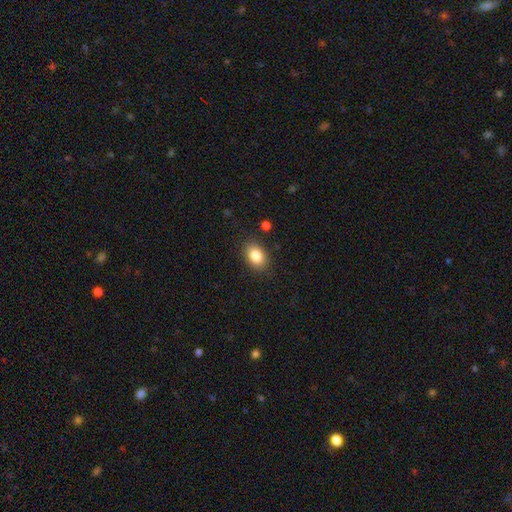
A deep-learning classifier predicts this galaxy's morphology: This is clearly a smooth galaxy (85%). How rounded: likely in between (80%). Merging: clearly none (85%).